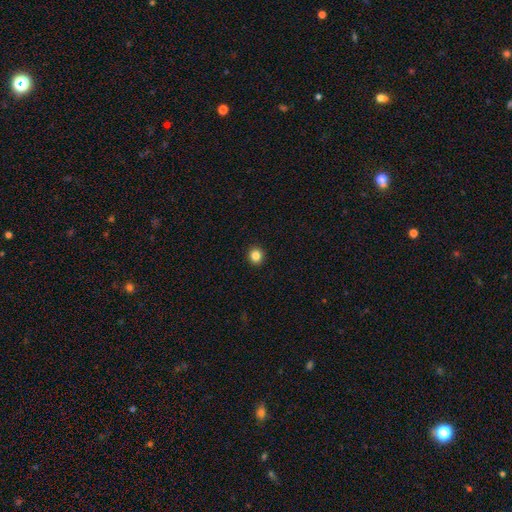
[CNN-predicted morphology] A smooth galaxy with no disk features (84%) that is round (92%).

Vote fractions:
- Smooth or featured? smooth: 84% / star or artifact: 11% / featured or disk: 5%
- How rounded? round: 92% / in between: 7% / cigar-shaped: 1%
- Merging? none: 93% / minor disturbance: 4% / major disturbance: 1% / merger: 1%